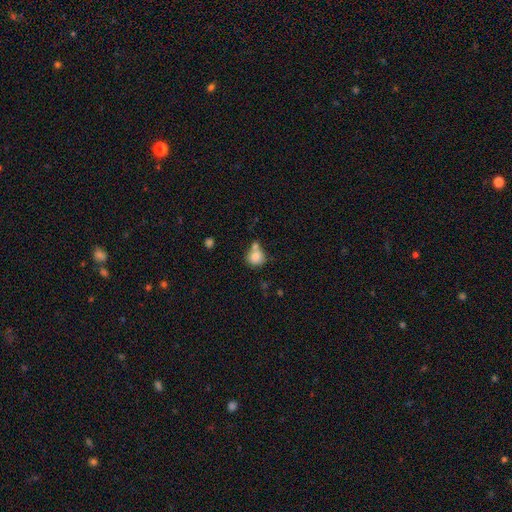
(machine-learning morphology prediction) Smooth or featured? smooth (82%)
How rounded? round (79%)
Merging? none (42%)